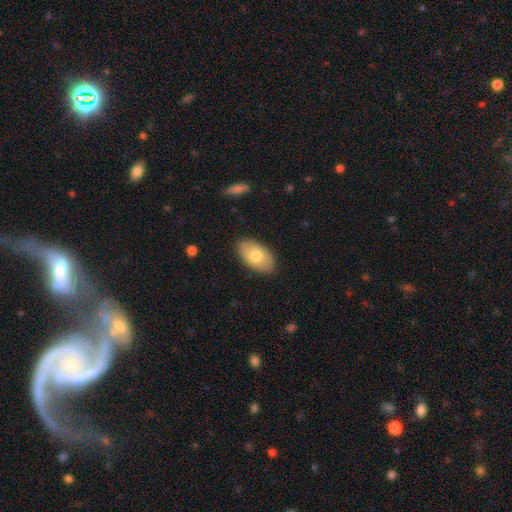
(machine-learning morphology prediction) type=smooth (73%); roundness=in between (94%); merging=none (86%).